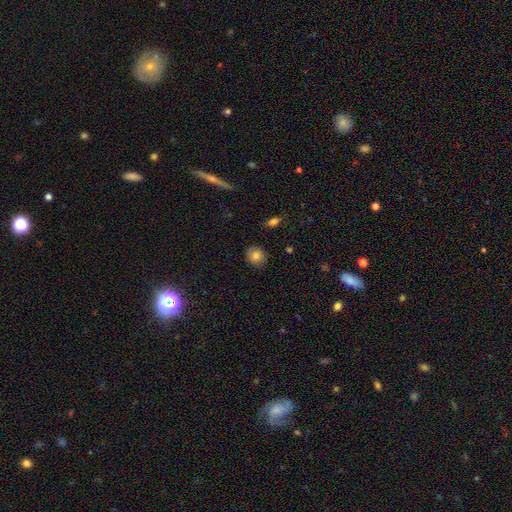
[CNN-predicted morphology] Smooth or featured? smooth (82%)
How rounded? round (88%)
Merging? none (89%)